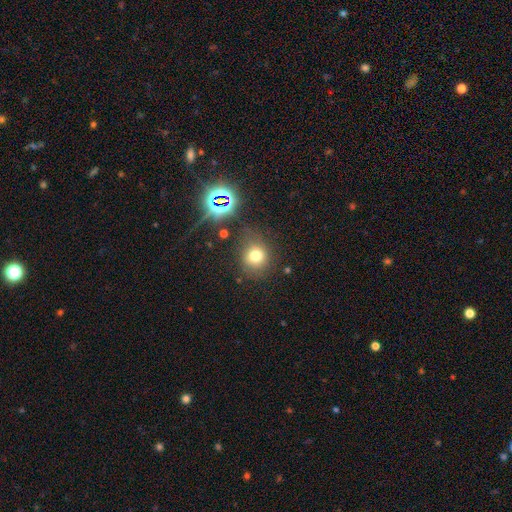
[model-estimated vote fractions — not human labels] Morphology: type=smooth (70%); roundness=round (80%); merging=none (72%).